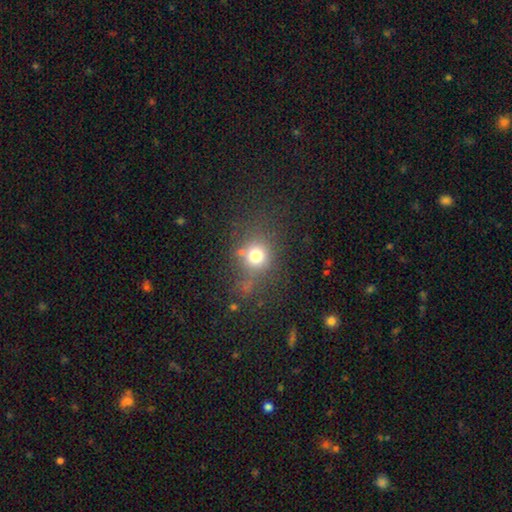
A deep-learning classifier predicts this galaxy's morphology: A smooth galaxy with no disk features (72%) that is round (80%).

Vote fractions:
- Smooth or featured? smooth: 72% / star or artifact: 17% / featured or disk: 11%
- How rounded? round: 80% / in between: 19% / cigar-shaped: 1%
- Merging? none: 69% / minor disturbance: 15% / major disturbance: 10% / merger: 6%